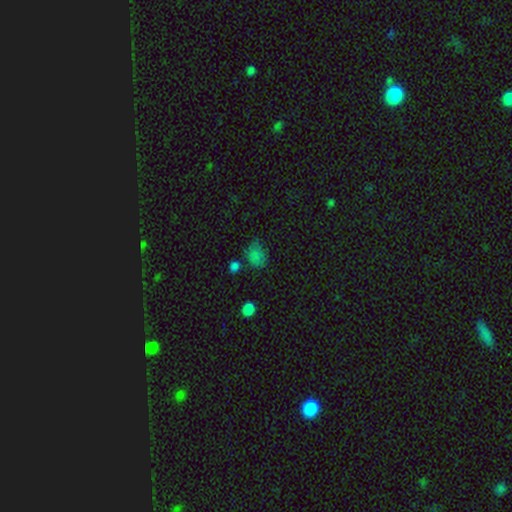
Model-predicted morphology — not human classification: A smooth galaxy with no disk features (75%) that is in between round and cigar-shaped (59%). Merging: none (53%).